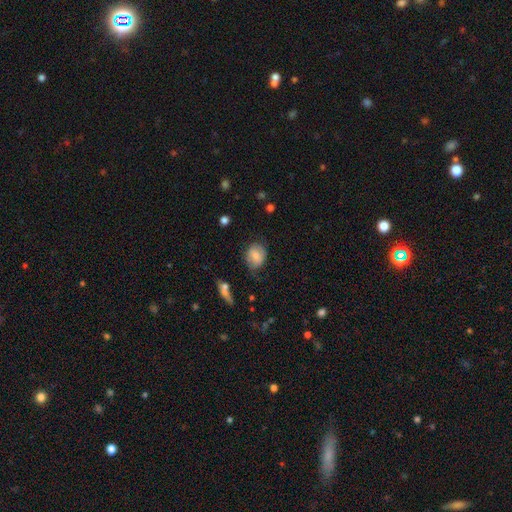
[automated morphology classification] type=smooth (71%); roundness=in between (52%); merging=none (68%).